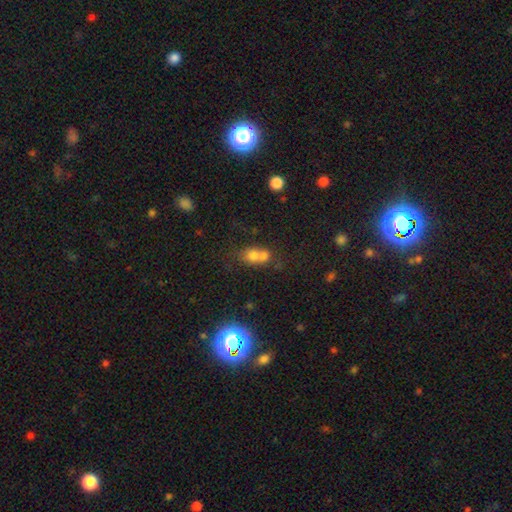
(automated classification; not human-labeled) Smooth or featured: smooth — 69% (featured or disk — 18%)
How rounded: in between — 49% (round — 48%)
Merging: merger — 61% (none — 24%)